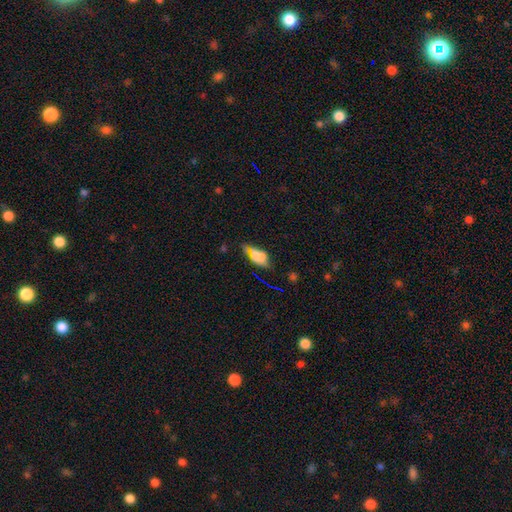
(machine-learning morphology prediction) Smooth or featured: smooth — 61% (featured or disk — 26%)
How rounded: in between — 79% (cigar-shaped — 16%)
Merging: none — 46% (minor disturbance — 27%)